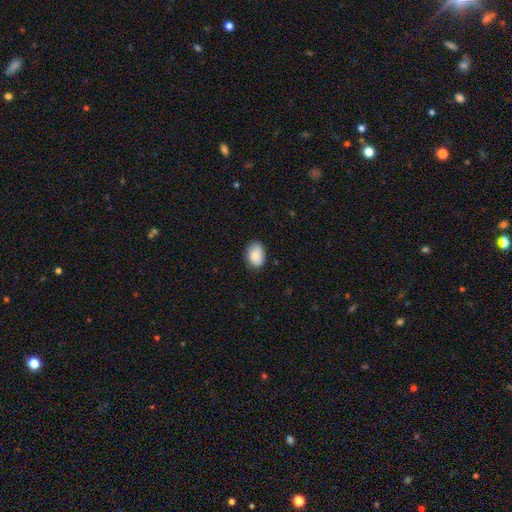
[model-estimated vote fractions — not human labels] Smooth or featured?
  - smooth: 86% *
  - star or artifact: 7%
  - featured or disk: 7%
How rounded?
  - in between: 80% *
  - round: 18%
  - cigar-shaped: 1%
Merging?
  - none: 77% *
  - minor disturbance: 19%
  - major disturbance: 3%
  - merger: 1%